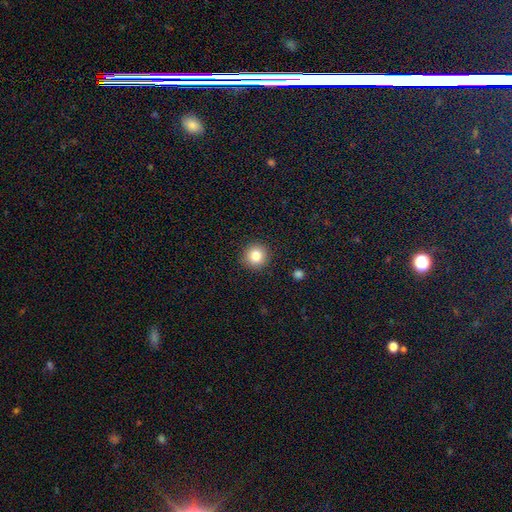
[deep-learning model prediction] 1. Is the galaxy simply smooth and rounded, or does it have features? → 83% smooth, 10% star or artifact, 6% featured or disk.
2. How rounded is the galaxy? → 94% round, 5% in between, 1% cigar-shaped.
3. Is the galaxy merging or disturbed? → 92% none, 5% minor disturbance, 2% major disturbance, 1% merger.